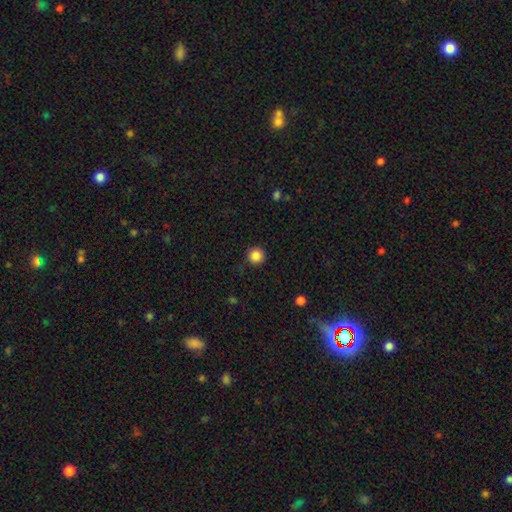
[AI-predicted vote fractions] Smooth or featured? smooth (86%)
How rounded? round (95%)
Merging? none (91%)